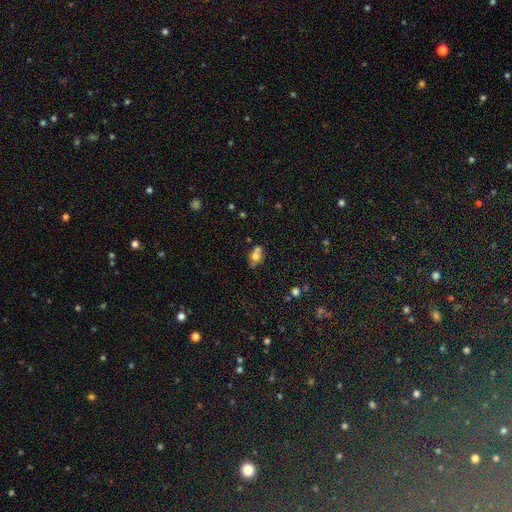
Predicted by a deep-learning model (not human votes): Smooth or featured? Predicted: smooth (p=0.61). How rounded? Predicted: in between (p=0.63). Merging? Predicted: none (p=0.45).